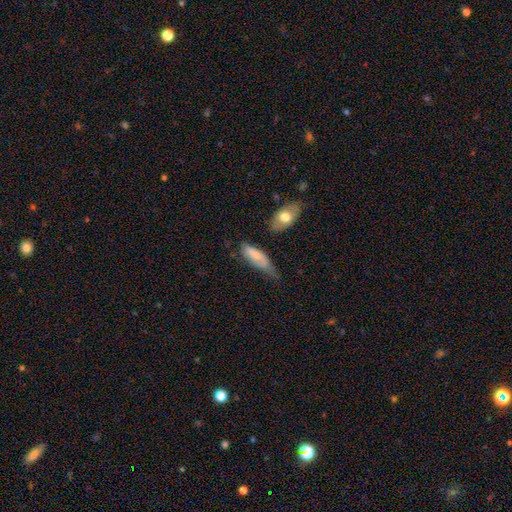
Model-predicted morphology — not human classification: The model was most divided on "merging": minor disturbance: 41%, none: 34%, major disturbance: 18%, merger: 7%. More confident: how rounded — in between (71%); smooth or featured — smooth (67%).